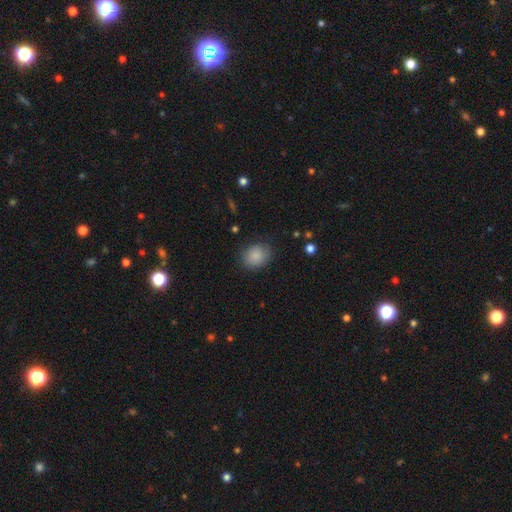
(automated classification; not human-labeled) smooth 86%, star or artifact 8%, featured or disk 6%. Down the decision tree: how rounded — round (59%); merging — none (79%).